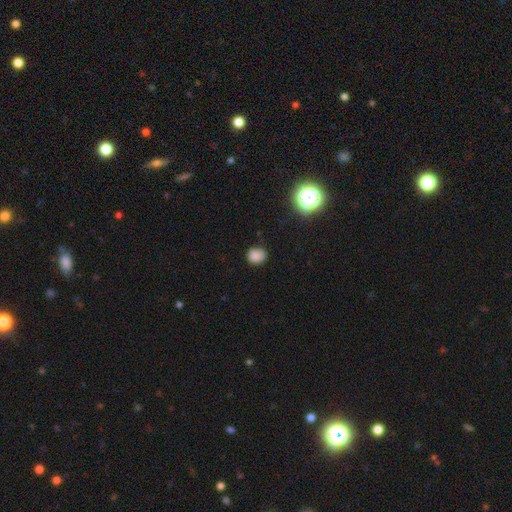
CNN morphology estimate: A smooth galaxy with no disk features (82%) that is round (69%). Merging: none (75%).